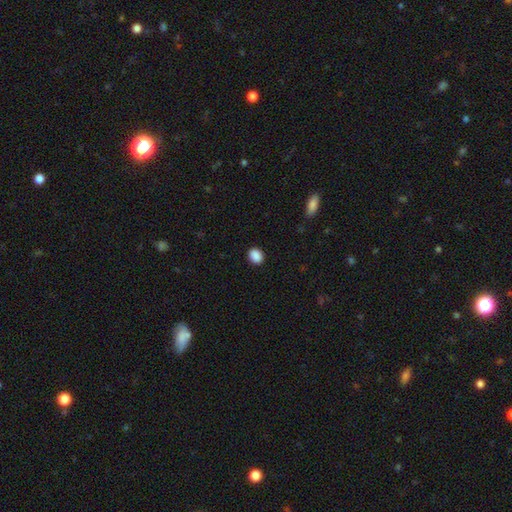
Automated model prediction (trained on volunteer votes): A smooth galaxy with no disk features (89%) that is round (54%).

Vote fractions:
- Smooth or featured? smooth: 89% / star or artifact: 9% / featured or disk: 3%
- How rounded? round: 54% / in between: 45% / cigar-shaped: 1%
- Merging? none: 88% / minor disturbance: 8% / major disturbance: 2% / merger: 1%